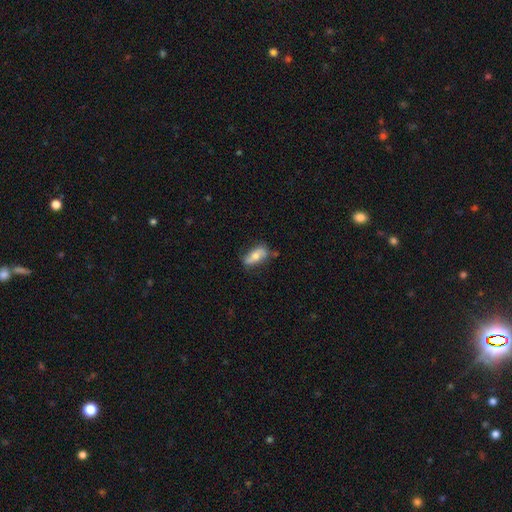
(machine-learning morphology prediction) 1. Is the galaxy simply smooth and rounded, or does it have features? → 63% smooth, 31% featured or disk, 7% star or artifact.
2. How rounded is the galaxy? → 78% in between, 19% cigar-shaped, 3% round.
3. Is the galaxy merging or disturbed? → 65% none, 25% minor disturbance, 6% major disturbance, 4% merger.